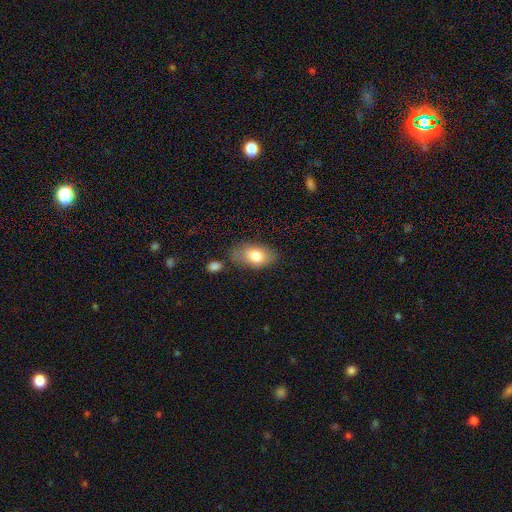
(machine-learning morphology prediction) Overall: smooth (77%). How rounded: in between (89%). Merging: none (68%).